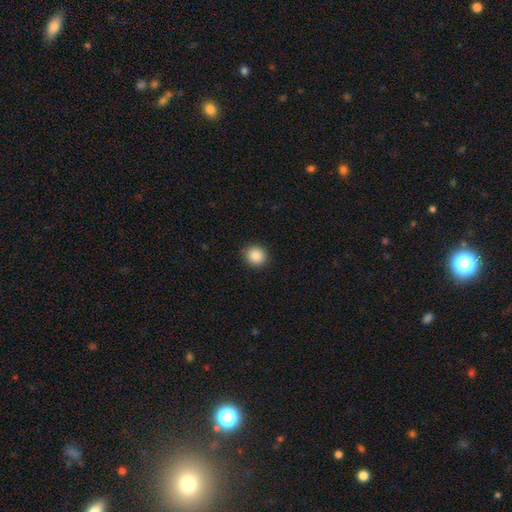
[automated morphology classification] Q: Smooth or featured?
A: smooth (88%); runner-up: star or artifact (9%)
Q: How rounded?
A: round (87%); runner-up: in between (12%)
Q: Merging?
A: none (90%); runner-up: minor disturbance (7%)